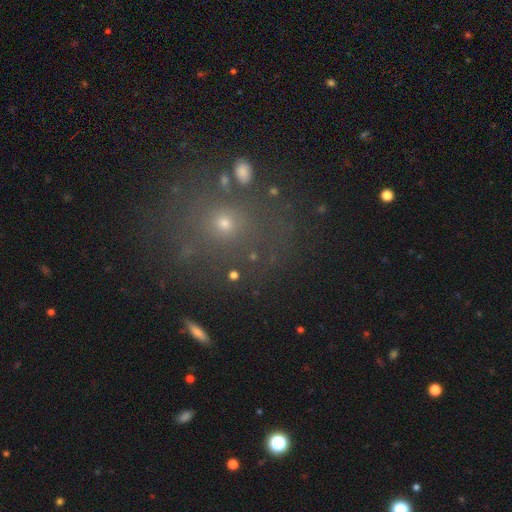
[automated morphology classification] type=smooth (46%); merging=none (80%).